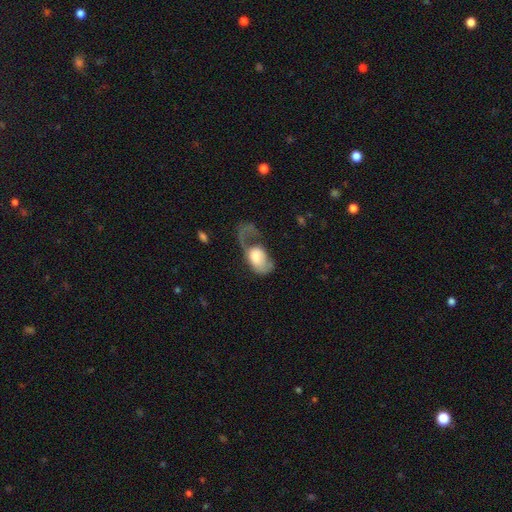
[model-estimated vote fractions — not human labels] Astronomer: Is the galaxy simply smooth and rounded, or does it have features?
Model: smooth — 50% (runner-up: featured or disk, 44%).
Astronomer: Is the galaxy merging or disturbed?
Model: major disturbance — 67%.